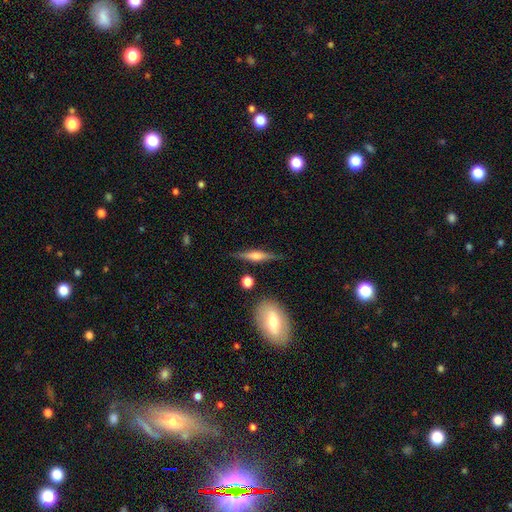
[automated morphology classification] Smooth or featured?
  - featured or disk: 61% *
  - smooth: 32%
  - star or artifact: 7%
Edge-on disk?
  - yes: 95% *
  - no: 5%
Edge-on bulge?
  - rounded: 74% *
  - boxy: 19%
  - none: 7%
Merging?
  - none: 82% *
  - minor disturbance: 12%
  - merger: 3%
  - major disturbance: 3%